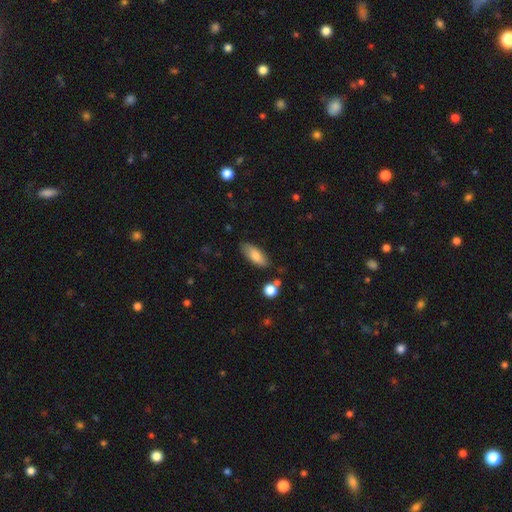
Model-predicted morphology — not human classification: smooth 81%, featured or disk 12%, star or artifact 7%. Down the decision tree: how rounded — in between (80%); merging — none (79%).